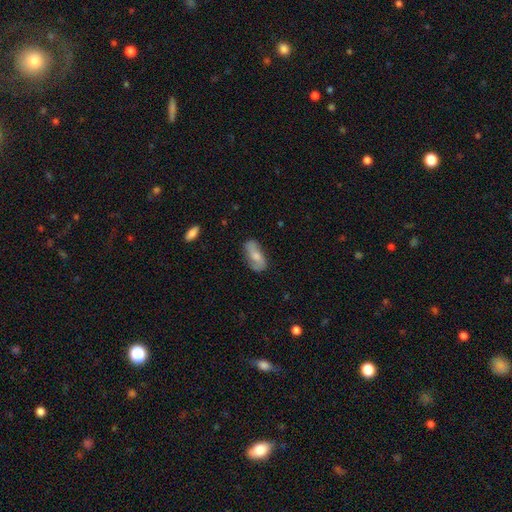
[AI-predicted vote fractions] A smooth galaxy with no disk features (56%) that is in between round and cigar-shaped (84%). Merging: none (69%).